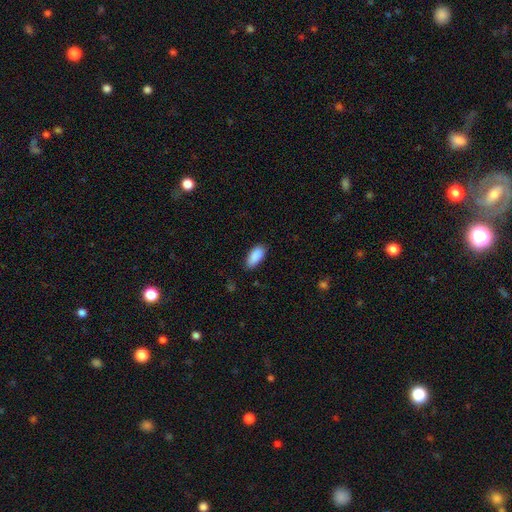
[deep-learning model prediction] Smooth or featured: smooth — 90% (star or artifact — 6%)
How rounded: in between — 90% (cigar-shaped — 8%)
Merging: none — 81% (minor disturbance — 15%)